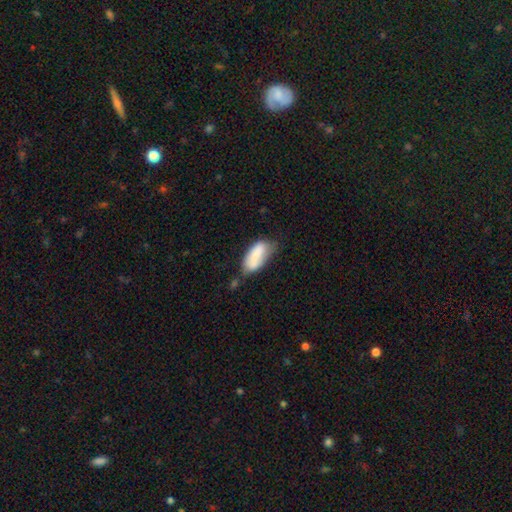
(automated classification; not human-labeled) smooth 76%, featured or disk 17%, star or artifact 7%. Down the decision tree: how rounded — in between (87%); merging — none (40%).